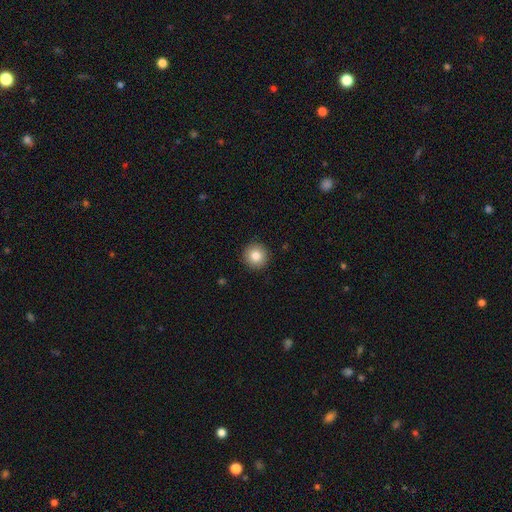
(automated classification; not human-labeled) Q: Smooth or featured?
A: smooth (84%); runner-up: star or artifact (9%)
Q: How rounded?
A: round (95%); runner-up: in between (4%)
Q: Merging?
A: none (92%); runner-up: minor disturbance (5%)